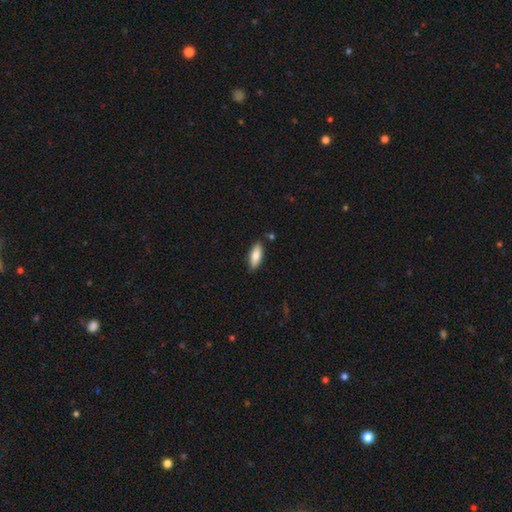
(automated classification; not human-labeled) A smooth galaxy with no disk features (81%) that is in between round and cigar-shaped (70%). Merging: none (84%).